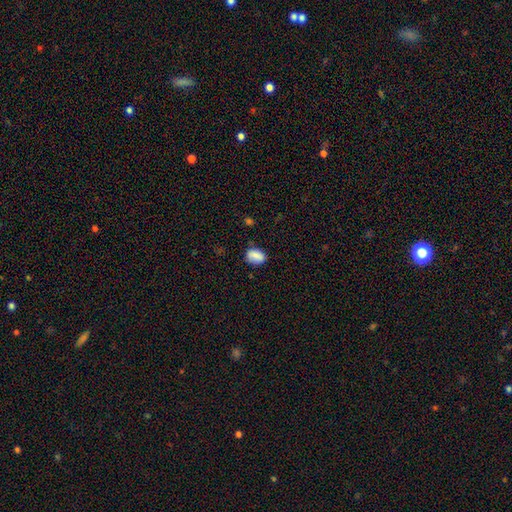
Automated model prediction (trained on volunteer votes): The model was most divided on "how rounded": in between: 74%, round: 25%, cigar-shaped: 1%. More confident: smooth or featured — smooth (84%); merging — none (73%).